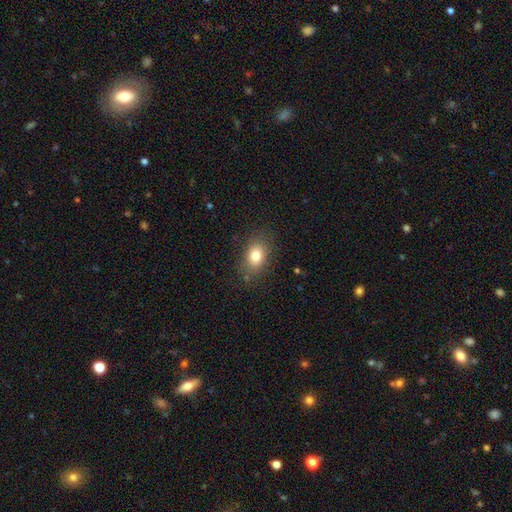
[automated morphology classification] Smooth or featured? Predicted: smooth (p=0.81). How rounded? Predicted: in between (p=0.75). Merging? Predicted: none (p=0.82).